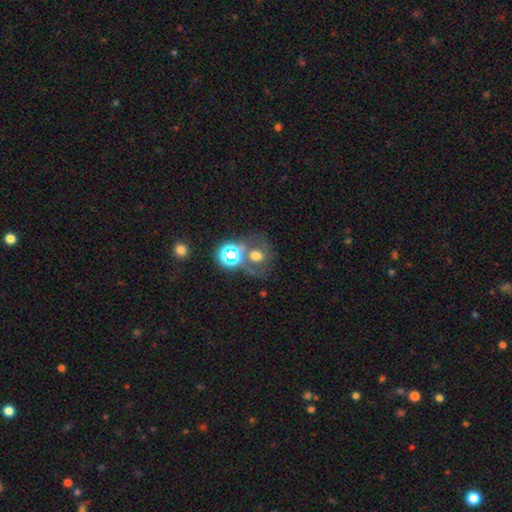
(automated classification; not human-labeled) A smooth galaxy with no disk features (50%) that is round (72%). Merging: none (52%).